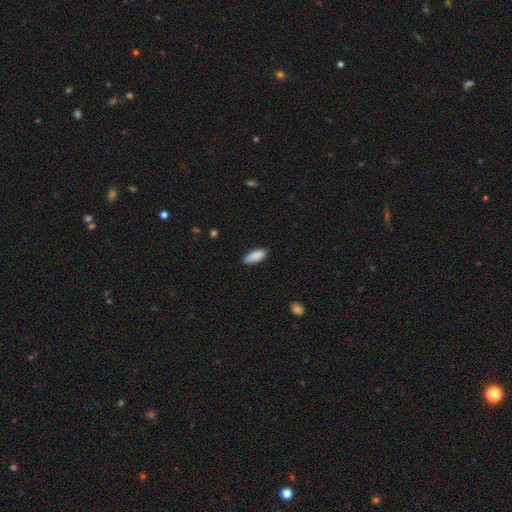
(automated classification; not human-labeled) A smooth galaxy with no disk features (90%) that is in between round and cigar-shaped (77%).

Vote fractions:
- Smooth or featured? smooth: 90% / star or artifact: 6% / featured or disk: 4%
- How rounded? in between: 77% / cigar-shaped: 21% / round: 2%
- Merging? none: 86% / minor disturbance: 11% / major disturbance: 2% / merger: 1%